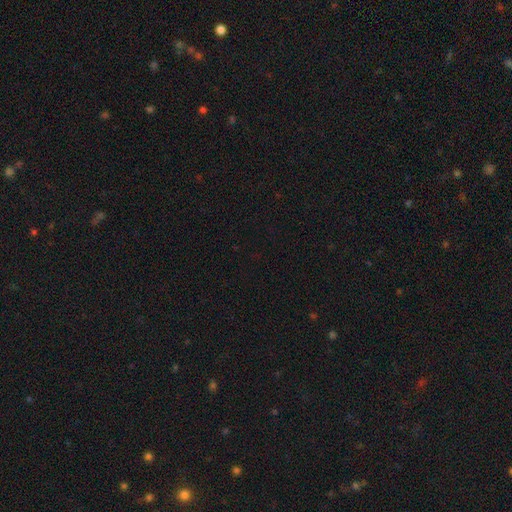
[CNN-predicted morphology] This appears to be a star or artifact, not a galaxy (72%).